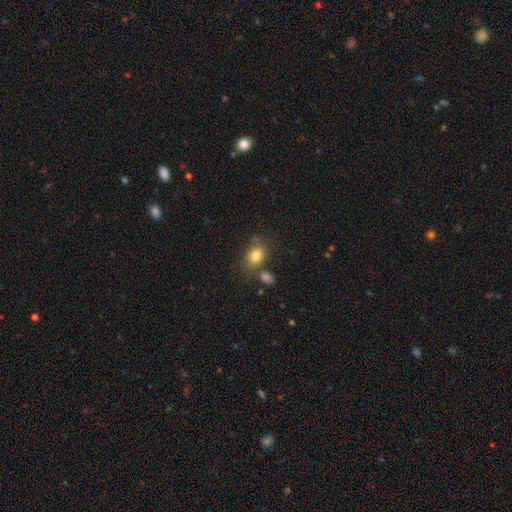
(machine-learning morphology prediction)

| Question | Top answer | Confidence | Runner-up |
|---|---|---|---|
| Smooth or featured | smooth | 81% | star or artifact (10%) |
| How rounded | in between | 70% | round (29%) |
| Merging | none | 66% | minor disturbance (15%) |